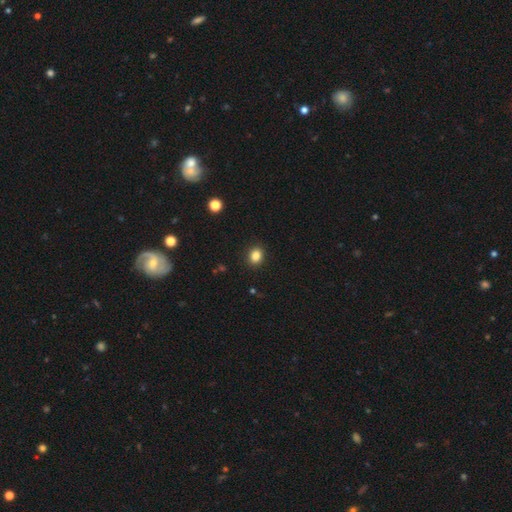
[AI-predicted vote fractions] smooth-or-featured: smooth: 86% | star or artifact: 11% | featured or disk: 4%
  how-rounded: round: 53% | in between: 46% | cigar-shaped: 1%
  merging: none: 90% | minor disturbance: 7% | major disturbance: 2% | merger: 1%